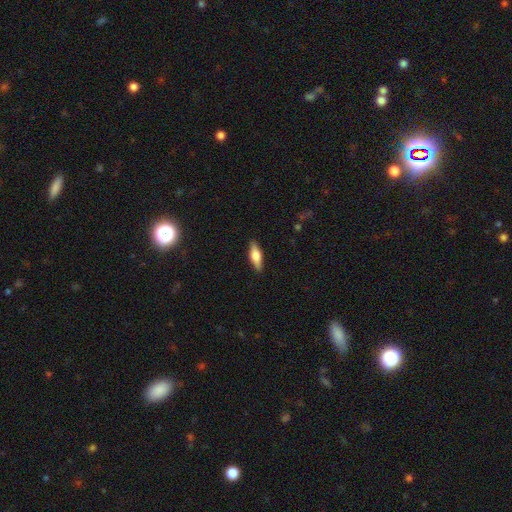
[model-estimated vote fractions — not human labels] Q: Smooth or featured?
A: smooth (61%); runner-up: featured or disk (33%)
Q: How rounded?
A: in between (54%); runner-up: cigar-shaped (43%)
Q: Merging?
A: none (89%); runner-up: minor disturbance (9%)